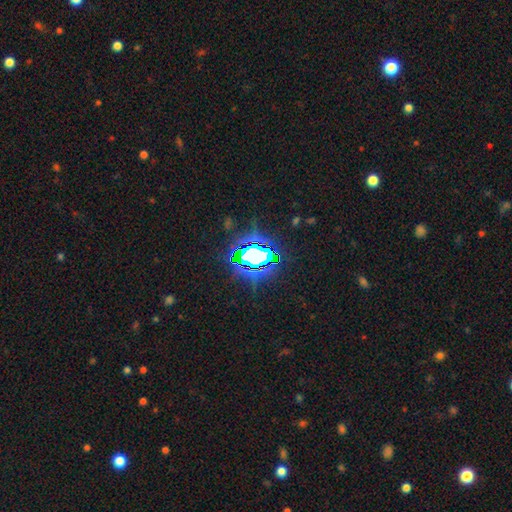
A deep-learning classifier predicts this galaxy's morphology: The model was most divided on "smooth or featured": star or artifact: 72%, smooth: 15%, featured or disk: 13%.